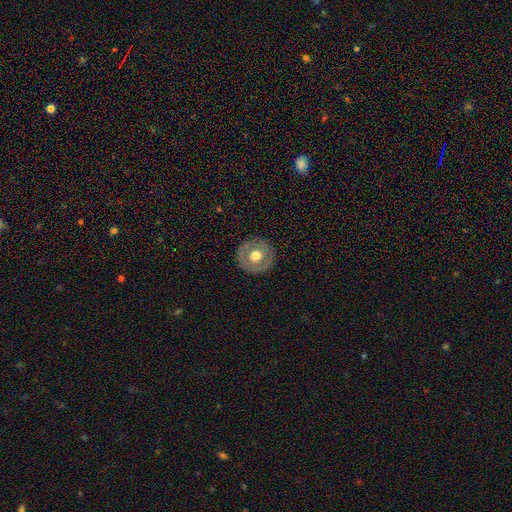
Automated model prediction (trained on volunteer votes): Q: Smooth or featured?
A: smooth (51%); runner-up: featured or disk (43%)
Q: How rounded?
A: round (93%); runner-up: in between (6%)
Q: Merging?
A: none (88%); runner-up: minor disturbance (8%)